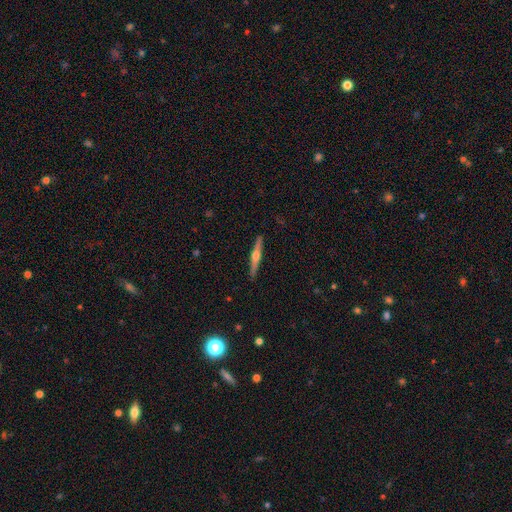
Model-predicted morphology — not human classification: smooth-or-featured: featured or disk: 69% | smooth: 26% | star or artifact: 5%
  disk-edge-on: yes: 98% | no: 2%
    edge-on-bulge: rounded: 91% | none: 5% | boxy: 4%
  merging: none: 91% | minor disturbance: 6% | major disturbance: 1% | merger: 1%